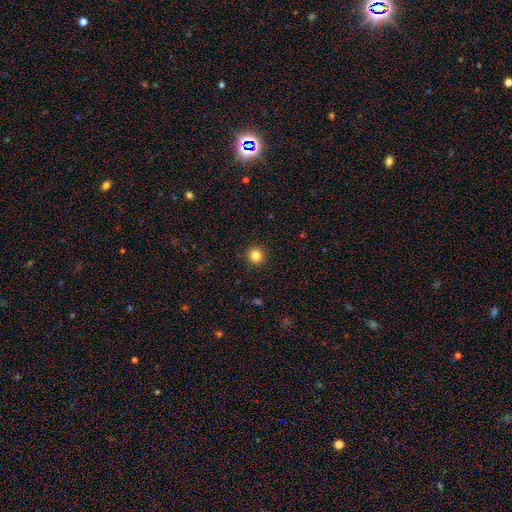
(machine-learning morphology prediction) Smooth or featured? smooth (83%)
How rounded? round (94%)
Merging? none (93%)